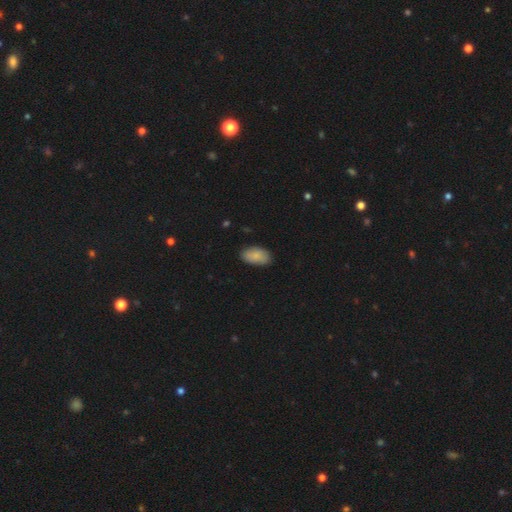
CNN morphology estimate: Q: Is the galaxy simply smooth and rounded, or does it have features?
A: smooth — 86%.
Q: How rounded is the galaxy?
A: in between — 94%.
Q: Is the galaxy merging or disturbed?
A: none — 83%.